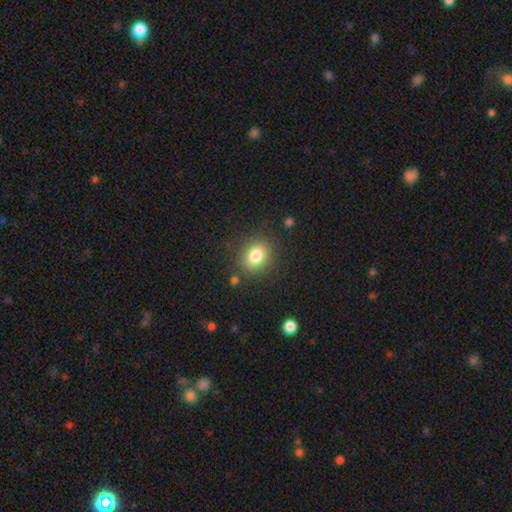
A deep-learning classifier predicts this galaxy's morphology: This appears to be a smooth galaxy with no disk features (81%) that is round (63%). Merging: none (84%).